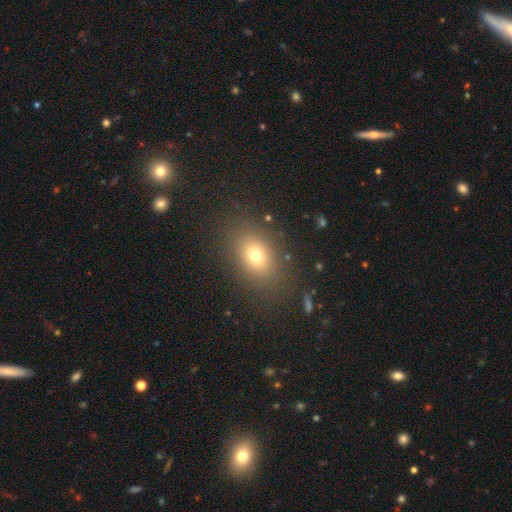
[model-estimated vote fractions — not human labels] smooth_or_featured: smooth (p=0.72) [alt: star or artifact p=0.15]
how_rounded: in between (p=0.73) [alt: round p=0.25]
merging: none (p=0.84) [alt: minor disturbance p=0.10]